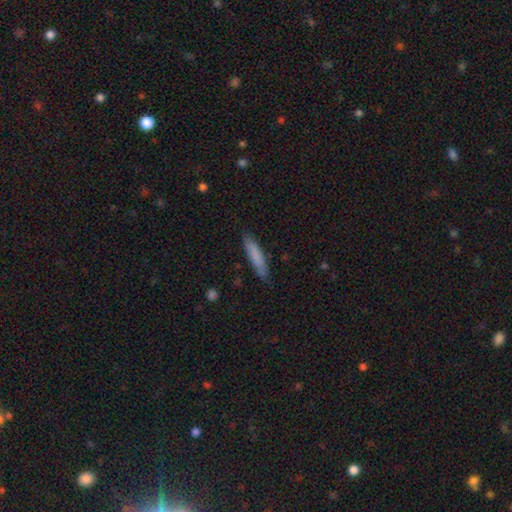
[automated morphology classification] This is likely a smooth galaxy (80%). How rounded: clearly cigar-shaped (85%). Merging: clearly none (82%).